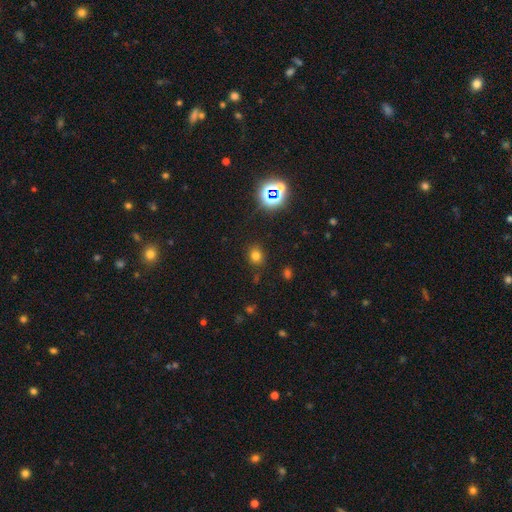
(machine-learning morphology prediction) Smooth or featured? Predicted: smooth (p=0.72). How rounded? Predicted: round (p=0.74). Merging? Predicted: none (p=0.86).